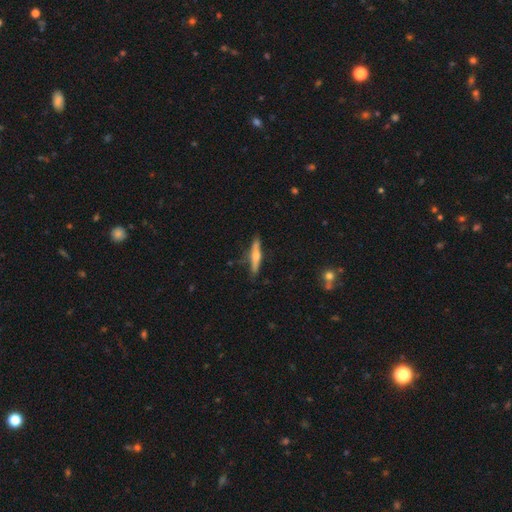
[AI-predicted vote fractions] Smooth or featured? Predicted: featured or disk (p=0.59). Edge-on disk? Predicted: yes (p=0.96). Edge-on bulge? Predicted: rounded (p=0.86). Merging? Predicted: none (p=0.79).